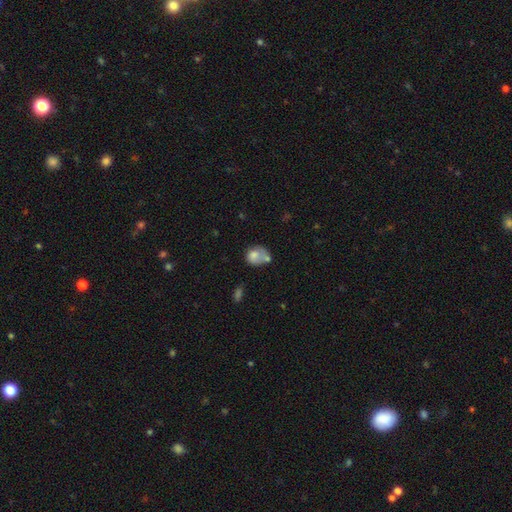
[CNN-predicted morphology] smooth_or_featured: smooth (p=0.72) [alt: featured or disk p=0.19]
how_rounded: round (p=0.54) [alt: in between p=0.45]
merging: none (p=0.34) [alt: merger p=0.30]